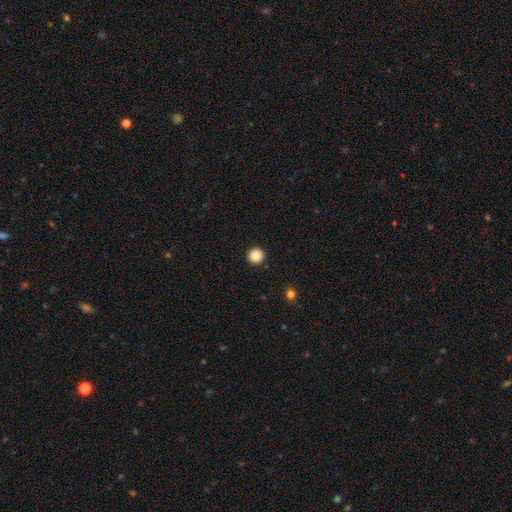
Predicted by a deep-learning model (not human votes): smooth-or-featured: smooth: 87% | star or artifact: 10% | featured or disk: 3%
  how-rounded: round: 96% | in between: 3% | cigar-shaped: 1%
  merging: none: 93% | minor disturbance: 4% | major disturbance: 2% | merger: 1%